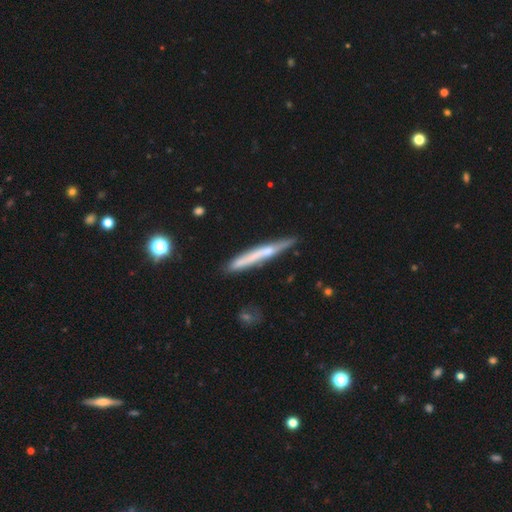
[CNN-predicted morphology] featured or disk 50%, smooth 43%, star or artifact 7%. Down the decision tree: edge-on disk — yes (94%); merging — none (80%).